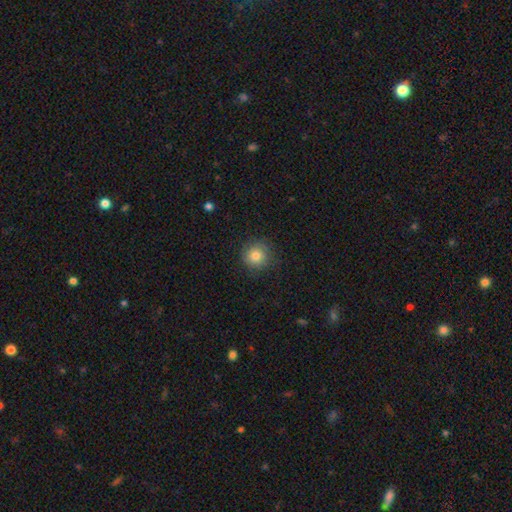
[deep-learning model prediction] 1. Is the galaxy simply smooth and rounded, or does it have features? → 81% smooth, 11% star or artifact, 9% featured or disk.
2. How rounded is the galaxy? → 94% round, 5% in between, 1% cigar-shaped.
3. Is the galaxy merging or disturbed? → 84% none, 11% minor disturbance, 3% major disturbance, 1% merger.